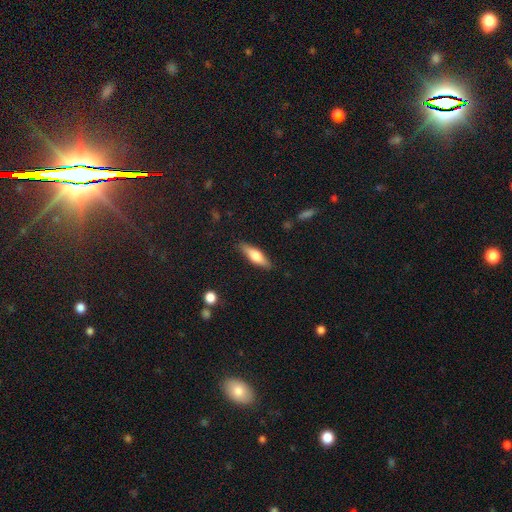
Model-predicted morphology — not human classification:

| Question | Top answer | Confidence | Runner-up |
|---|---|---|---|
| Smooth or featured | smooth | 59% | featured or disk (35%) |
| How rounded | cigar-shaped | 58% | in between (40%) |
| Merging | none | 87% | minor disturbance (10%) |